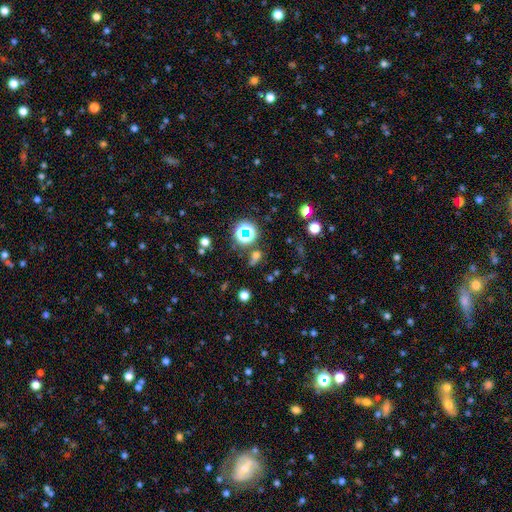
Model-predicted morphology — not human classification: Overall: star or artifact (44%; smooth 43%).